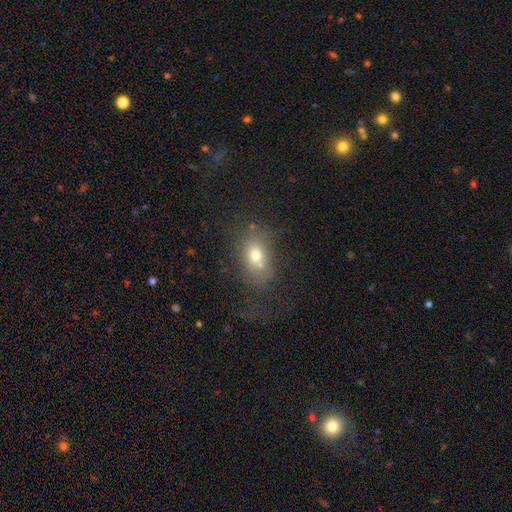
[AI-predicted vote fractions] A smooth galaxy with no disk features (69%) that is in between round and cigar-shaped (73%). Merging: none (49%).